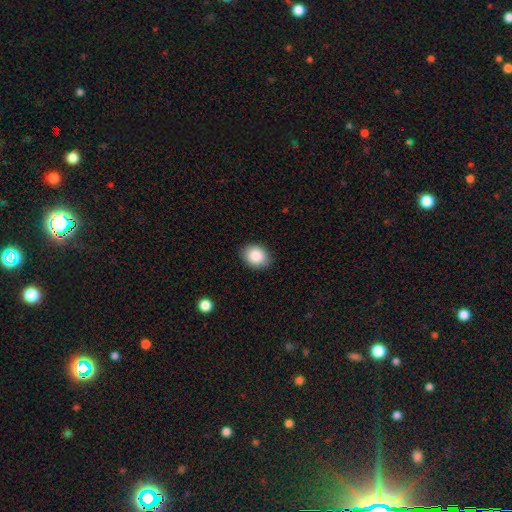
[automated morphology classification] Smooth or featured? smooth (86%)
How rounded? in between (54%)
Merging? none (87%)